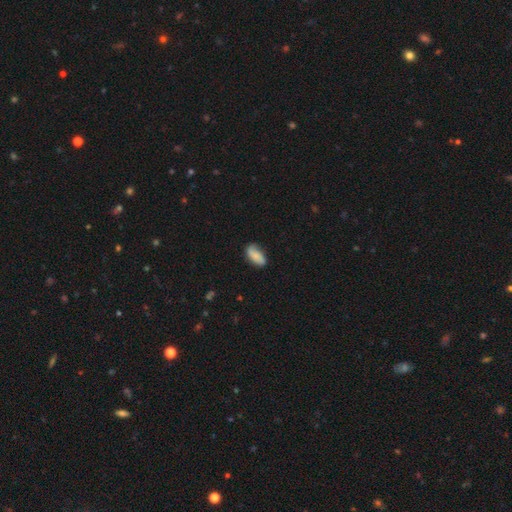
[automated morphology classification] This appears to be a smooth galaxy with no disk features (75%) that is in between round and cigar-shaped (90%). Merging: none (67%).